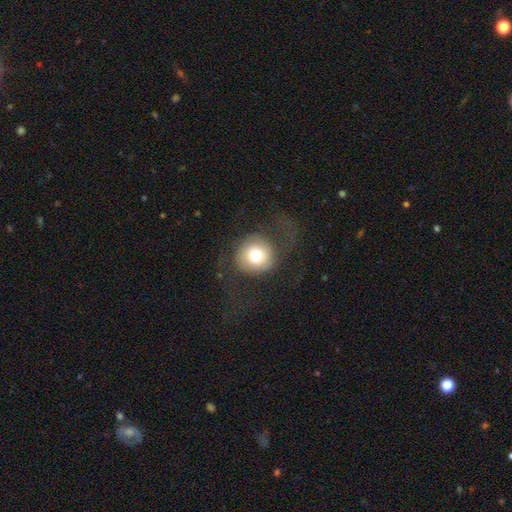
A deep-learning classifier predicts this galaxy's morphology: Smooth or featured: smooth — 63% (featured or disk — 27%)
How rounded: round — 90% (in between — 9%)
Merging: none — 58% (major disturbance — 27%)